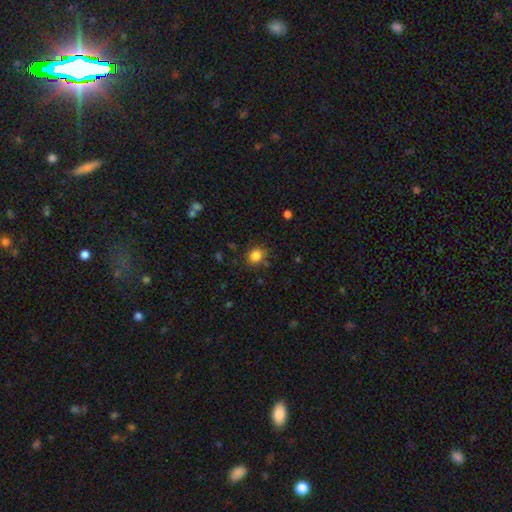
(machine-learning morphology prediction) smooth-or-featured: smooth: 84% | star or artifact: 11% | featured or disk: 5%
  how-rounded: round: 67% | in between: 32% | cigar-shaped: 1%
  merging: none: 83% | minor disturbance: 12% | major disturbance: 3% | merger: 2%